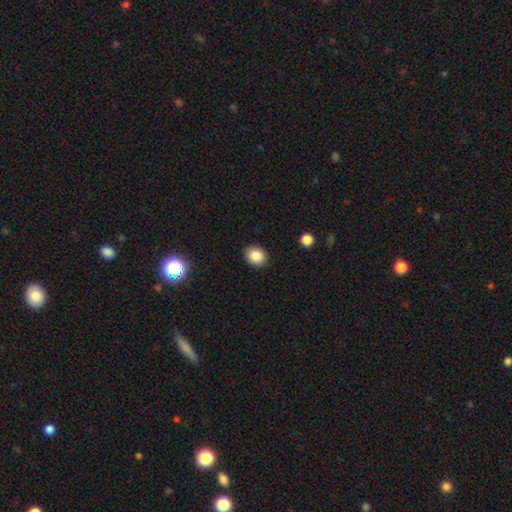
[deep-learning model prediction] Q: Smooth or featured?
A: smooth (86%); runner-up: star or artifact (10%)
Q: How rounded?
A: round (61%); runner-up: in between (38%)
Q: Merging?
A: none (90%); runner-up: minor disturbance (7%)